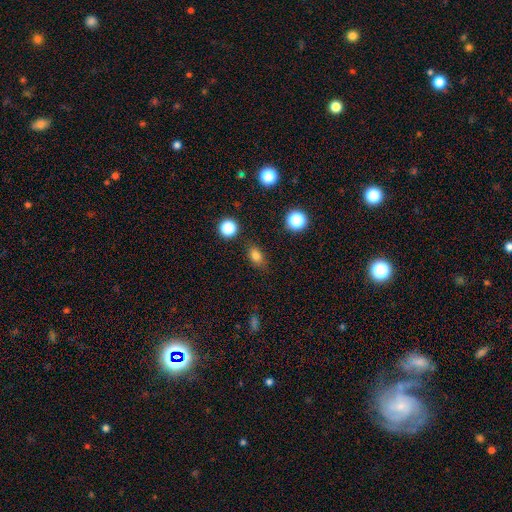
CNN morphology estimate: smooth_or_featured: smooth (p=0.79) [alt: star or artifact p=0.14]
how_rounded: in between (p=0.73) [alt: round p=0.25]
merging: none (p=0.80) [alt: minor disturbance p=0.14]